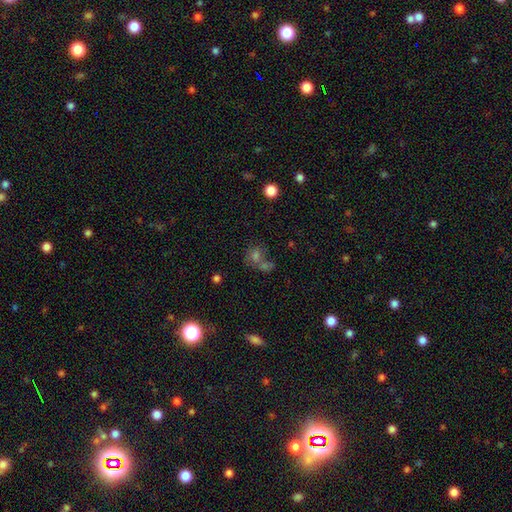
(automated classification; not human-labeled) Overall: smooth (61%). How rounded: round (65%; in between 34%). Merging: merger (44%; none 38%).